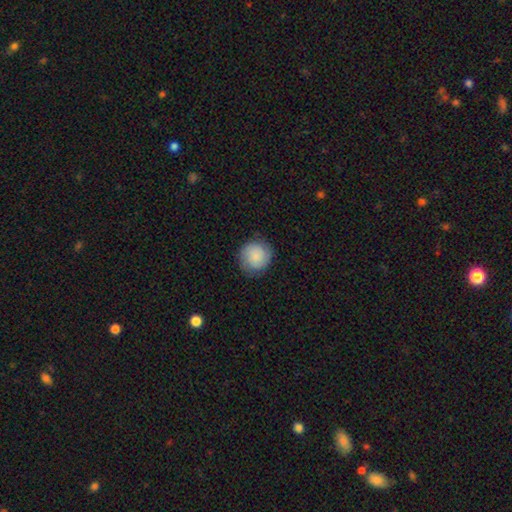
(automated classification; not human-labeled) Overall: smooth (77%). How rounded: round (91%). Merging: none (83%).